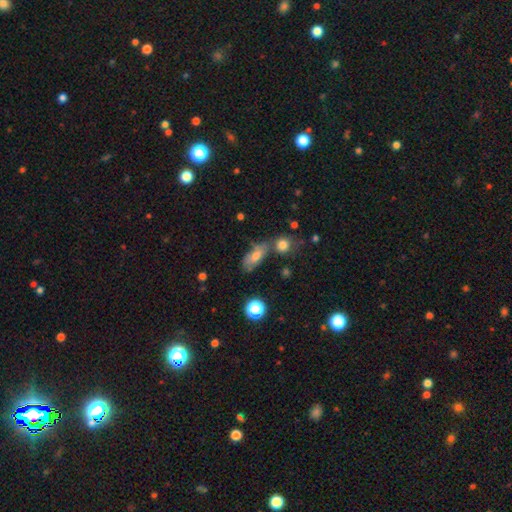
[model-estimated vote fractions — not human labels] smooth-or-featured: smooth: 70% | featured or disk: 19% | star or artifact: 12%
  how-rounded: in between: 80% | cigar-shaped: 13% | round: 7%
  merging: none: 53% | merger: 20% | minor disturbance: 19% | major disturbance: 8%